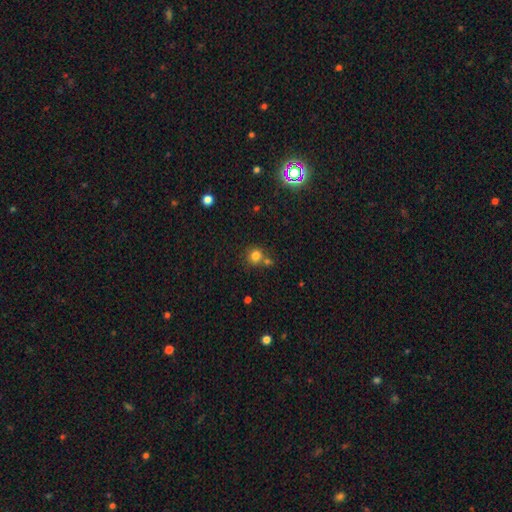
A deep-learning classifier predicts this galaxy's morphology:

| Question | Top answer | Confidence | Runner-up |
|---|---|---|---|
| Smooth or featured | smooth | 78% | star or artifact (14%) |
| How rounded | round | 87% | in between (12%) |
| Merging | none | 58% | merger (29%) |